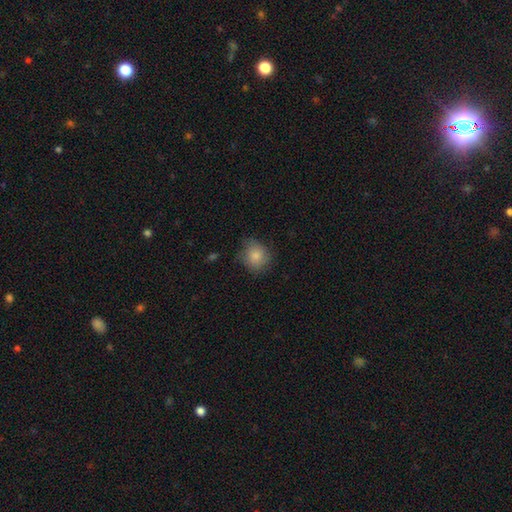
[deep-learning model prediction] A smooth galaxy with no disk features (84%) that is round (73%).

Vote fractions:
- Smooth or featured? smooth: 84% / star or artifact: 8% / featured or disk: 8%
- How rounded? round: 73% / in between: 26% / cigar-shaped: 1%
- Merging? none: 71% / minor disturbance: 23% / major disturbance: 5% / merger: 1%